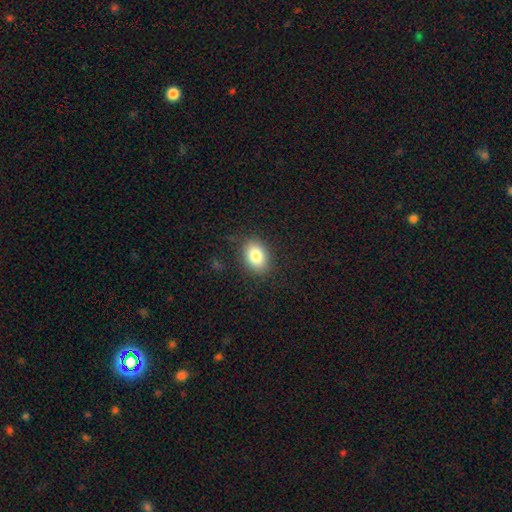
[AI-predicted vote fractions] The model was most divided on "how rounded": in between: 75%, round: 24%, cigar-shaped: 1%. More confident: merging — none (84%); smooth or featured — smooth (82%).